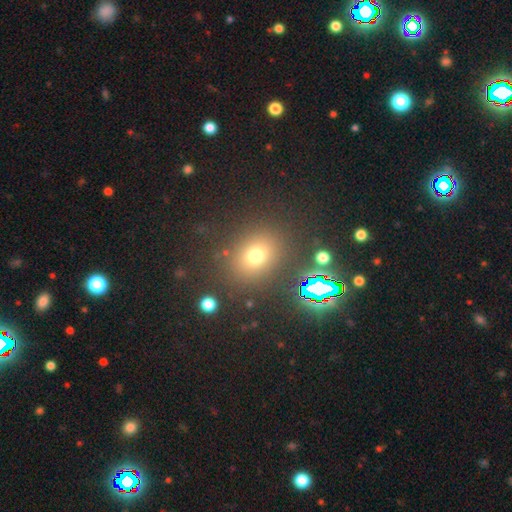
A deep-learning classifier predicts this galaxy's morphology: type=smooth (68%); roundness=round (66%); merging=none (82%).